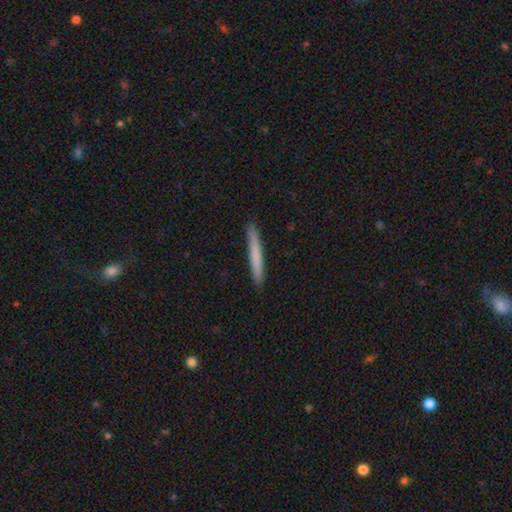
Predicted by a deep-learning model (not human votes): Smooth or featured? Predicted: smooth (p=0.71). How rounded? Predicted: cigar-shaped (p=0.97). Merging? Predicted: none (p=0.90).